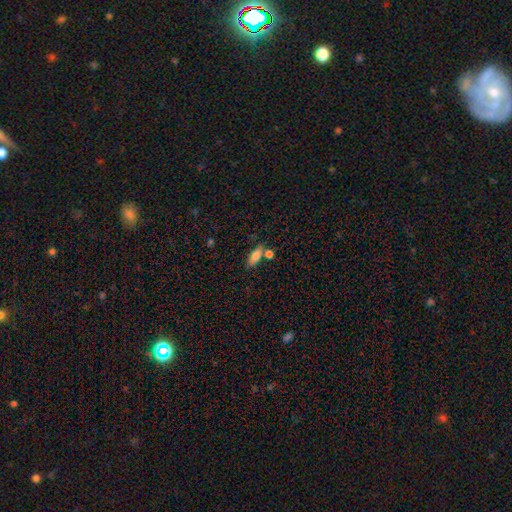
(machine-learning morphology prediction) smooth 79%, featured or disk 13%, star or artifact 8%. Down the decision tree: how rounded — in between (67%); merging — none (62%).